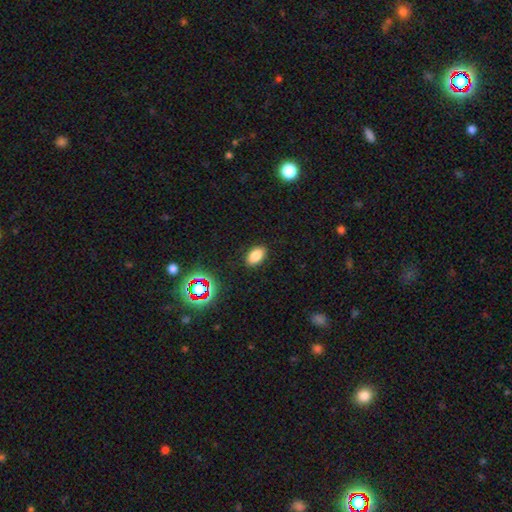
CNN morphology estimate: This appears to be a smooth galaxy with no disk features (79%) that is in between round and cigar-shaped (89%). Merging: none (88%).